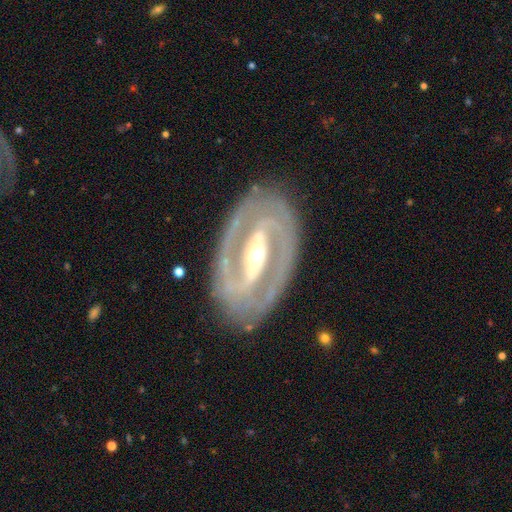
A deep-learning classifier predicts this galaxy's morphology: A featured or disk galaxy (89%) with a strong bar (66%), 2 (88%) tight (55%) spiral arms (90%) and a moderate central bulge (62%). Merging: none (84%).